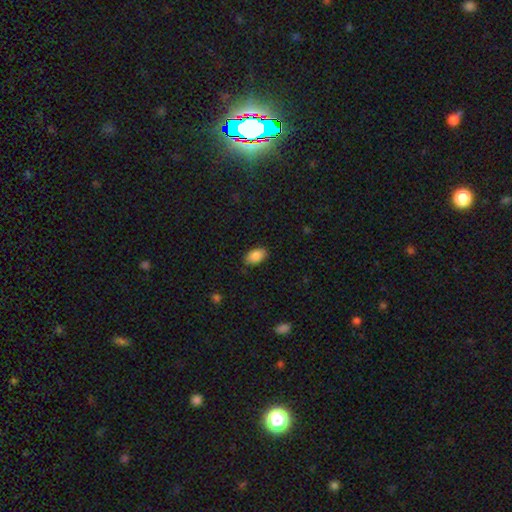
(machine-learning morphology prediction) The model was most divided on "merging": none: 84%, minor disturbance: 12%, major disturbance: 3%, merger: 1%. More confident: how rounded — in between (92%); smooth or featured — smooth (87%).